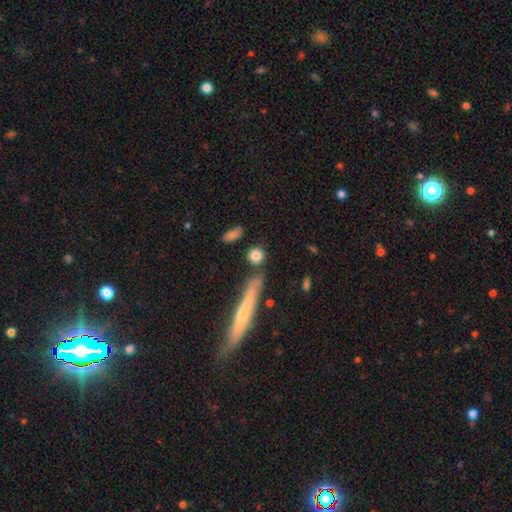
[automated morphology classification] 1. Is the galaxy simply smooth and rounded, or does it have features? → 82% smooth, 10% featured or disk, 8% star or artifact.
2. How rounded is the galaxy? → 66% round, 21% in between, 12% cigar-shaped.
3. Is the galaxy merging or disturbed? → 75% none, 11% minor disturbance, 9% merger, 5% major disturbance.